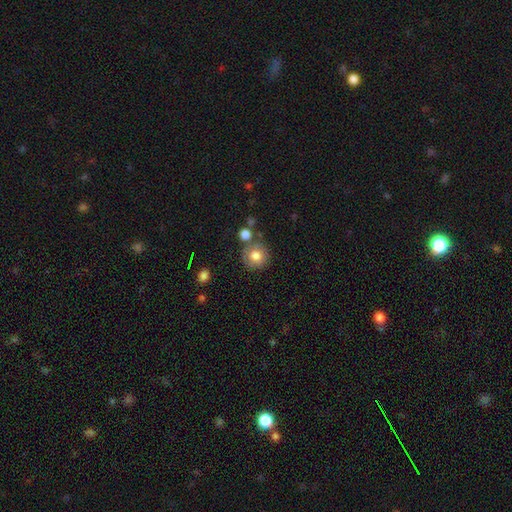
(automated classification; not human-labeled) A smooth galaxy with no disk features (77%) that is round (91%). Merging: none (73%).